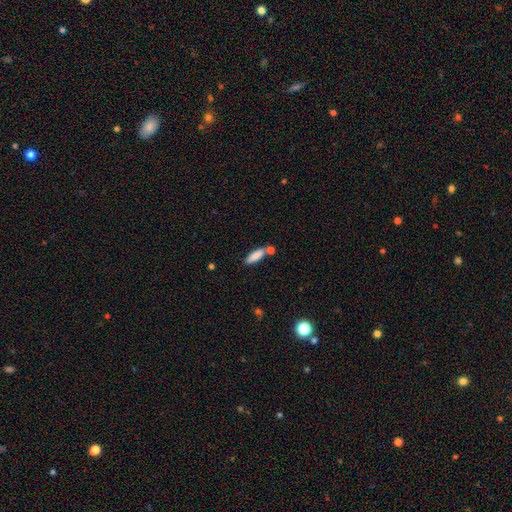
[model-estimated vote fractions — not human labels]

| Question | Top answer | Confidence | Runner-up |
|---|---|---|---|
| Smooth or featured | smooth | 84% | featured or disk (9%) |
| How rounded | cigar-shaped | 54% | in between (44%) |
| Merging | none | 67% | merger (16%) |